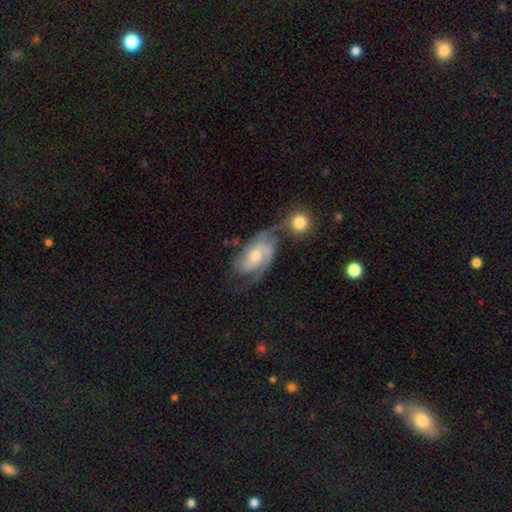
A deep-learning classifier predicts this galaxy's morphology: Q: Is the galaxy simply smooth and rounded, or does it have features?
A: featured or disk — 78%.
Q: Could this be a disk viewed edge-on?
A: no — 96%.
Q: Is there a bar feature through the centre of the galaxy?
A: no — 59%.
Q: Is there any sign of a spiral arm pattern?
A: yes — 93%.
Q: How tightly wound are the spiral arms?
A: medium — 46%.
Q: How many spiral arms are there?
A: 2 — 64%.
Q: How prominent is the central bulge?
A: moderate — 54%.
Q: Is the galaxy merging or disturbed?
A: none — 38%.